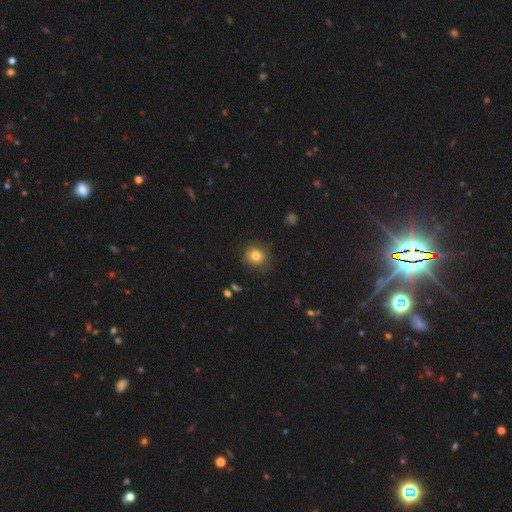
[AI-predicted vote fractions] Smooth or featured?
  - smooth: 82% *
  - star or artifact: 11%
  - featured or disk: 7%
How rounded?
  - round: 84% *
  - in between: 15%
  - cigar-shaped: 1%
Merging?
  - none: 83% *
  - minor disturbance: 13%
  - major disturbance: 3%
  - merger: 1%